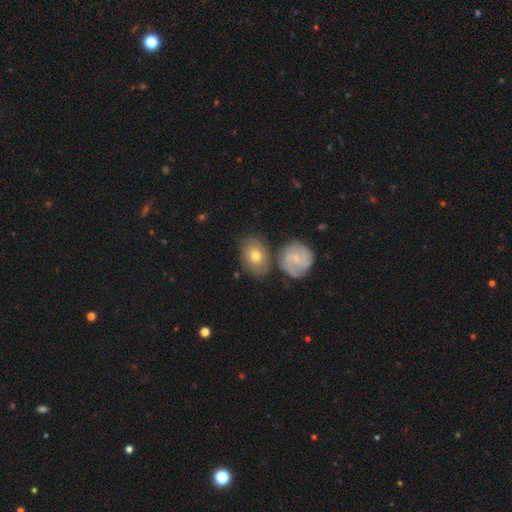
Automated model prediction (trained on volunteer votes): Q: Smooth or featured?
A: smooth (59%); runner-up: featured or disk (34%)
Q: How rounded?
A: in between (65%); runner-up: round (34%)
Q: Merging?
A: none (67%); runner-up: merger (15%)